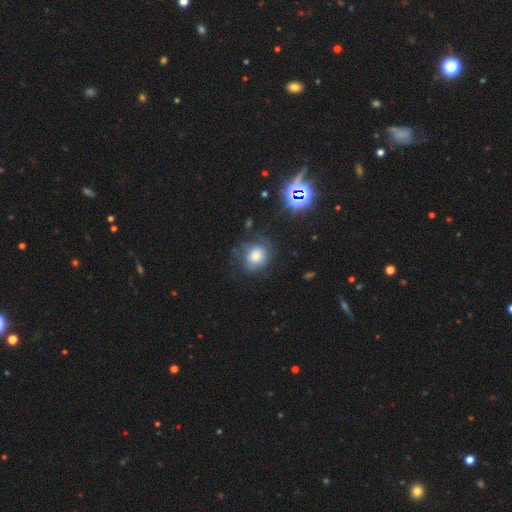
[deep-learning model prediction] Overall: smooth (56%; featured or disk 30%). How rounded: round (79%). Merging: none (63%).